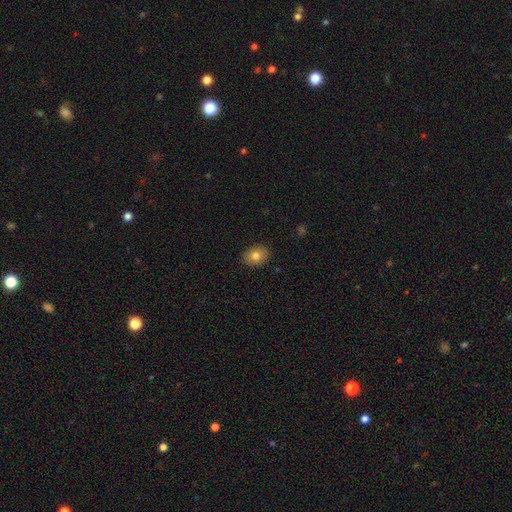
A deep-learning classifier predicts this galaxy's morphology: A smooth galaxy with no disk features (79%) that is in between round and cigar-shaped (64%).

Vote fractions:
- Smooth or featured? smooth: 79% / featured or disk: 12% / star or artifact: 9%
- How rounded? in between: 64% / round: 35% / cigar-shaped: 1%
- Merging? none: 89% / minor disturbance: 8% / major disturbance: 2% / merger: 1%